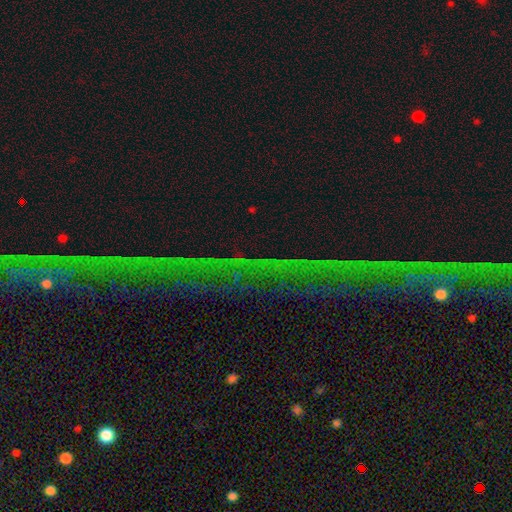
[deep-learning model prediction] The model was most divided on "smooth or featured": star or artifact: 76%, featured or disk: 14%, smooth: 10%.